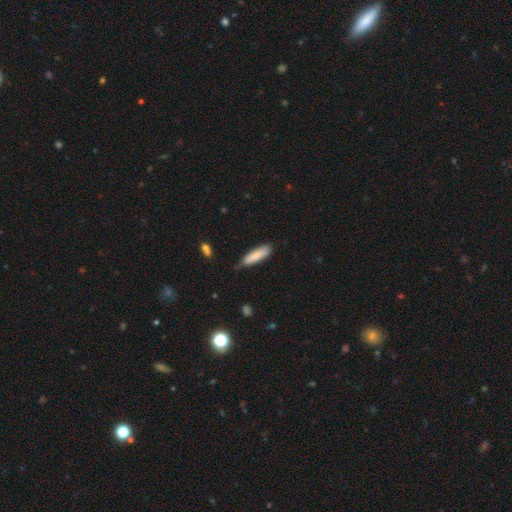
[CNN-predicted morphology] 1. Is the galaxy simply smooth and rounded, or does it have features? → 80% smooth, 14% featured or disk, 6% star or artifact.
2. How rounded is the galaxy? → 66% cigar-shaped, 33% in between, 1% round.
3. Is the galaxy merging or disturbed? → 67% none, 27% minor disturbance, 4% major disturbance, 2% merger.